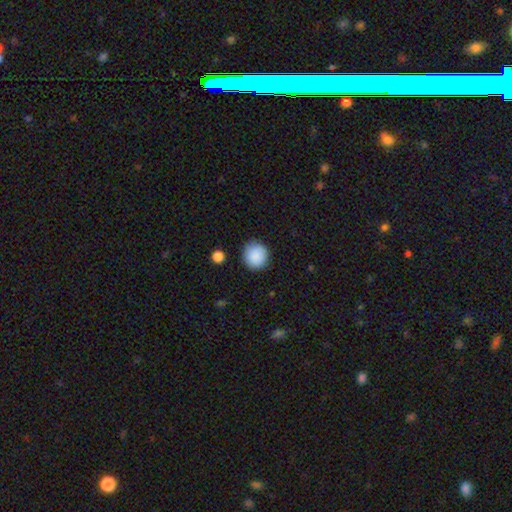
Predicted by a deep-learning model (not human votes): A smooth galaxy with no disk features (89%) that is round (93%). Merging: none (89%).